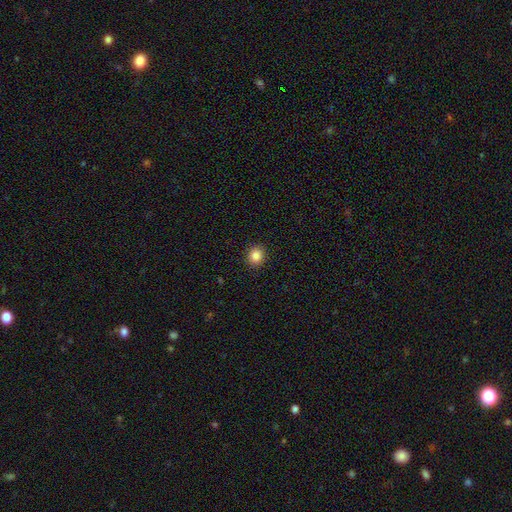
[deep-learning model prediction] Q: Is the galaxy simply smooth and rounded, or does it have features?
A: smooth — 85%.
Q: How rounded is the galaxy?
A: round — 78%.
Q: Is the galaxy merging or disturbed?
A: none — 91%.